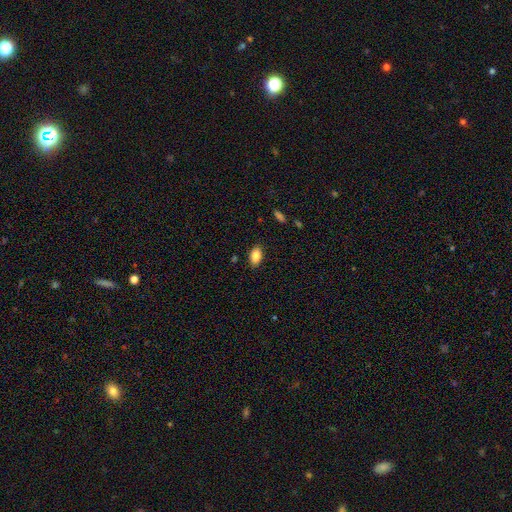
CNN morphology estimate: smooth_or_featured: smooth (p=0.86) [alt: star or artifact p=0.08]
how_rounded: in between (p=0.92) [alt: round p=0.05]
merging: none (p=0.87) [alt: minor disturbance p=0.09]